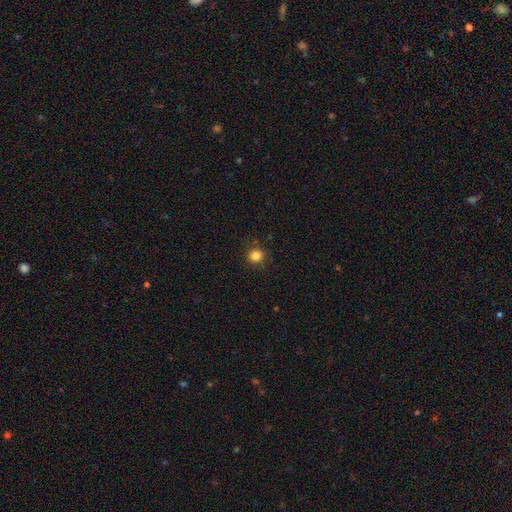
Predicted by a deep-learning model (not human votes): Smooth or featured: smooth — 84% (star or artifact — 12%)
How rounded: round — 87% (in between — 12%)
Merging: none — 86% (minor disturbance — 10%)